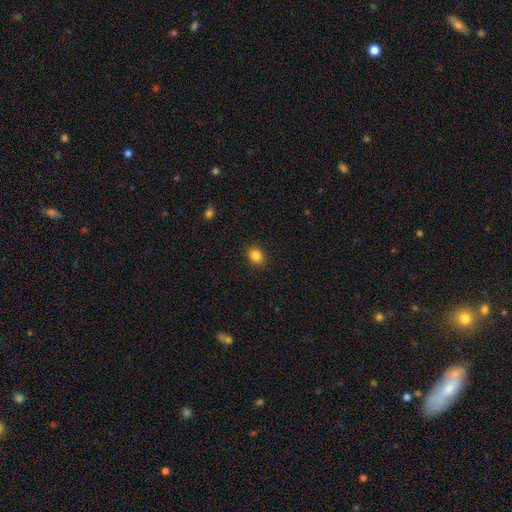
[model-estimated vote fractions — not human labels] Smooth or featured: smooth — 86% (star or artifact — 10%)
How rounded: in between — 51% (round — 49%)
Merging: none — 89% (minor disturbance — 7%)